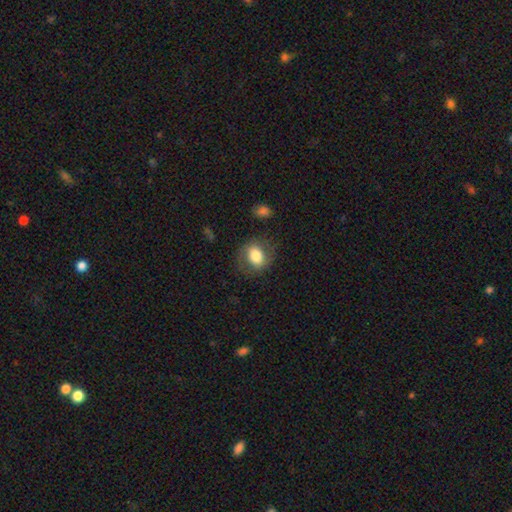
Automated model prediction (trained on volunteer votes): smooth_or_featured: smooth (p=0.73) [alt: featured or disk p=0.19]
how_rounded: in between (p=0.52) [alt: round p=0.47]
merging: none (p=0.73) [alt: minor disturbance p=0.17]